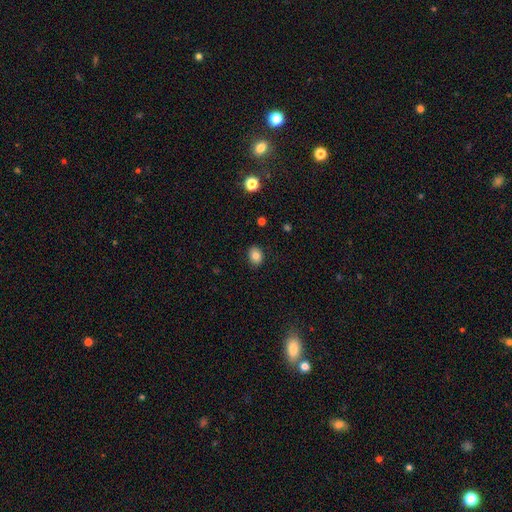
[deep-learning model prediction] Morphology: type=smooth (82%); roundness=in between (56%); merging=none (87%).